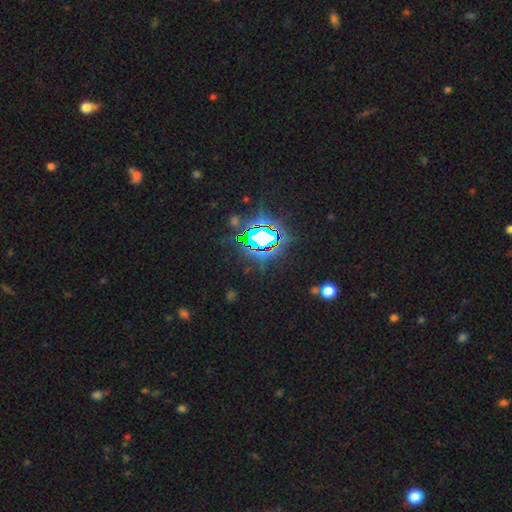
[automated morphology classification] This appears to be a star or artifact, not a galaxy (82%).